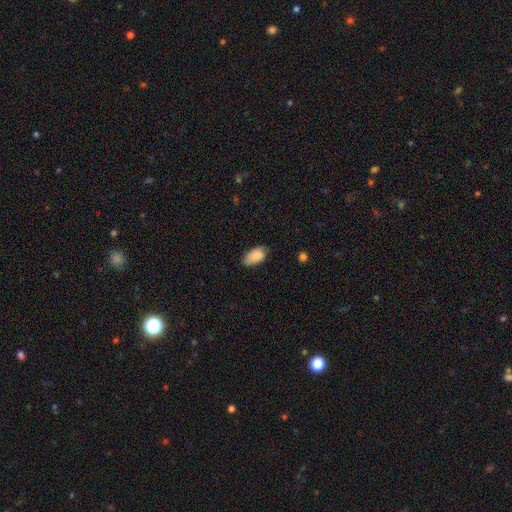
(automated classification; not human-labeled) A smooth galaxy with no disk features (87%) that is in between round and cigar-shaped (94%).

Vote fractions:
- Smooth or featured? smooth: 87% / star or artifact: 7% / featured or disk: 6%
- How rounded? in between: 94% / round: 4% / cigar-shaped: 2%
- Merging? none: 64% / minor disturbance: 30% / major disturbance: 5% / merger: 1%